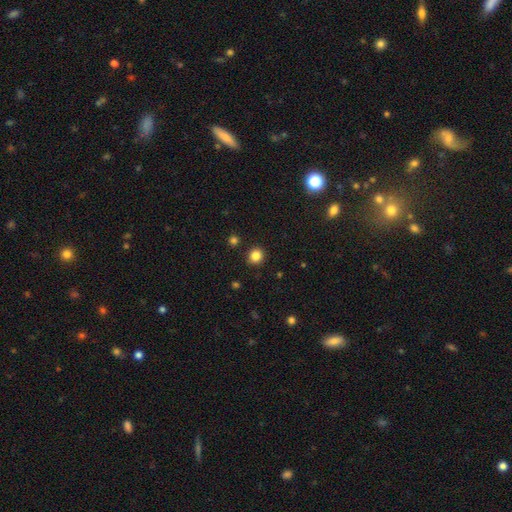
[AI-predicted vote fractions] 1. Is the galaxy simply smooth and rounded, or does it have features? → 84% smooth, 12% star or artifact, 4% featured or disk.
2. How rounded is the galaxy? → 88% round, 11% in between, 1% cigar-shaped.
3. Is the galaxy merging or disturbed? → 90% none, 6% minor disturbance, 2% merger, 2% major disturbance.